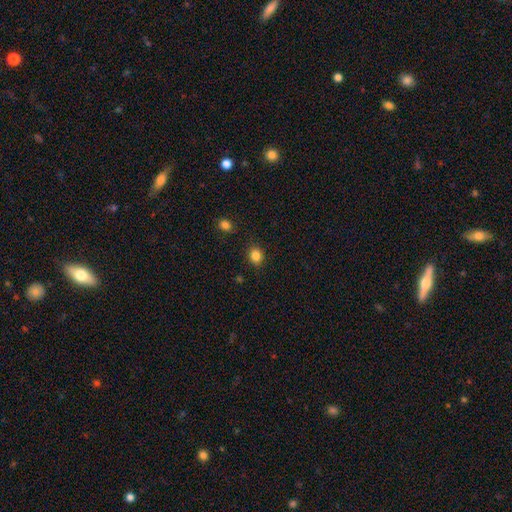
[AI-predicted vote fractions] This appears to be a smooth galaxy with no disk features (85%) that is round (70%). Merging: none (87%).